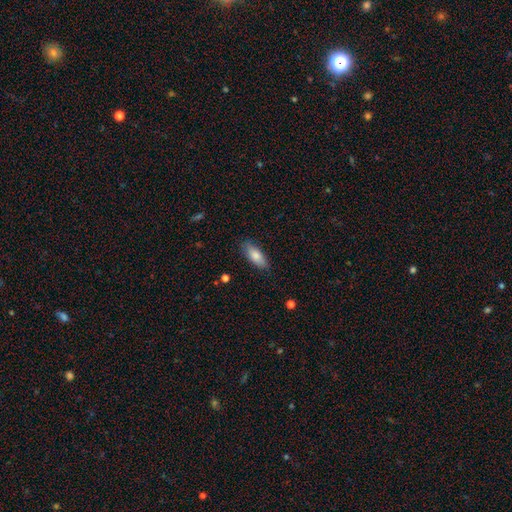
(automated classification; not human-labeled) The model was most divided on "how rounded": in between: 77%, cigar-shaped: 21%, round: 2%. More confident: merging — none (83%); smooth or featured — smooth (81%).